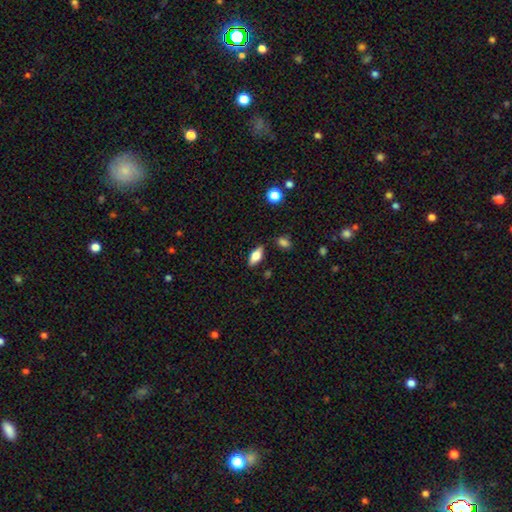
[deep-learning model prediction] smooth 62%, featured or disk 30%, star or artifact 8%. Down the decision tree: how rounded — in between (79%); merging — none (83%).